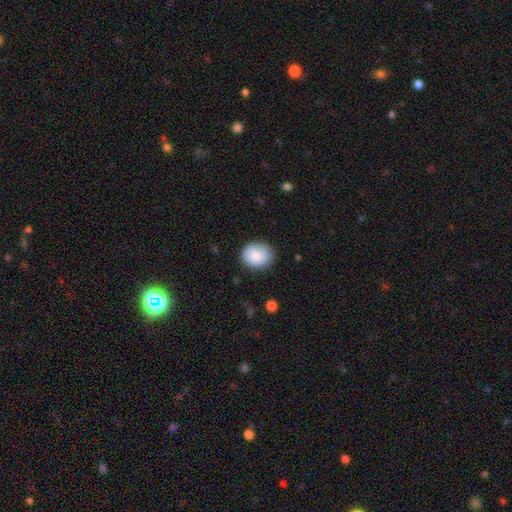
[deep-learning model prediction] Smooth or featured: smooth — 85% (featured or disk — 8%)
How rounded: round — 59% (in between — 41%)
Merging: none — 81% (minor disturbance — 14%)